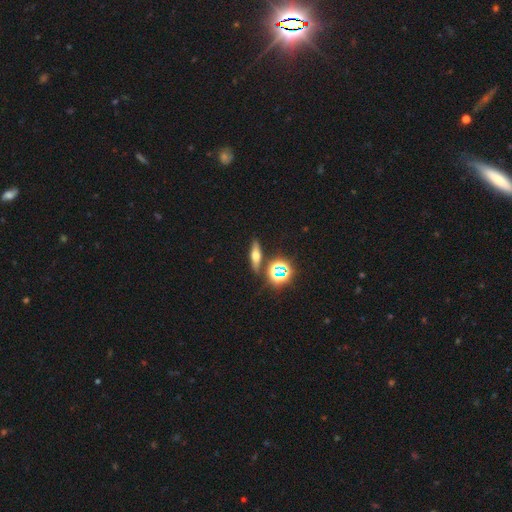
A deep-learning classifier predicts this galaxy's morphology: This is marginally a smooth galaxy (41%). Merging: clearly none (83%).